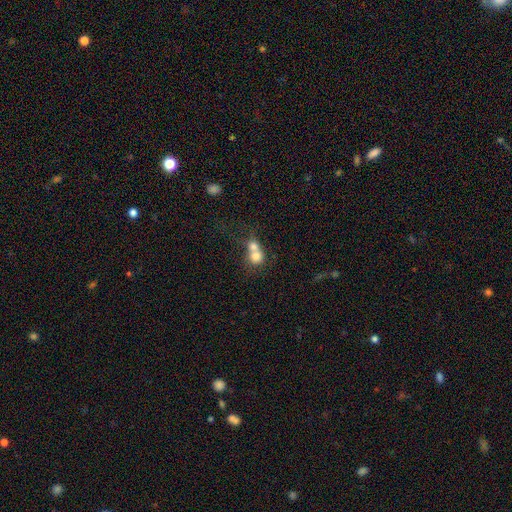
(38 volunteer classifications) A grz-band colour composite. It shows a smooth galaxy with no disk features (71%) that is round (74%). Merging: merger (71%).